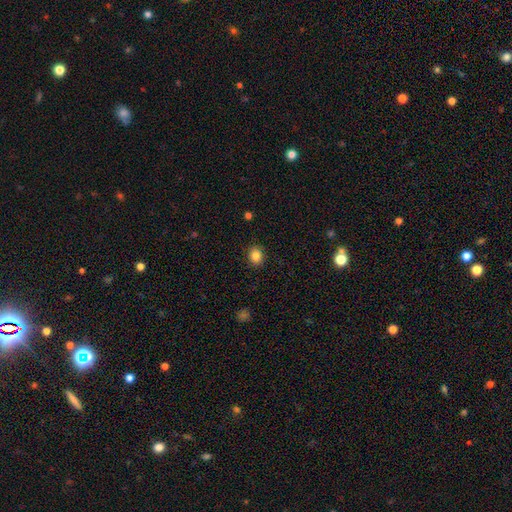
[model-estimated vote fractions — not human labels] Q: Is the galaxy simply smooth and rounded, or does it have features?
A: smooth — 85%.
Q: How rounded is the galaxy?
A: round — 60%.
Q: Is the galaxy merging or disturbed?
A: none — 90%.